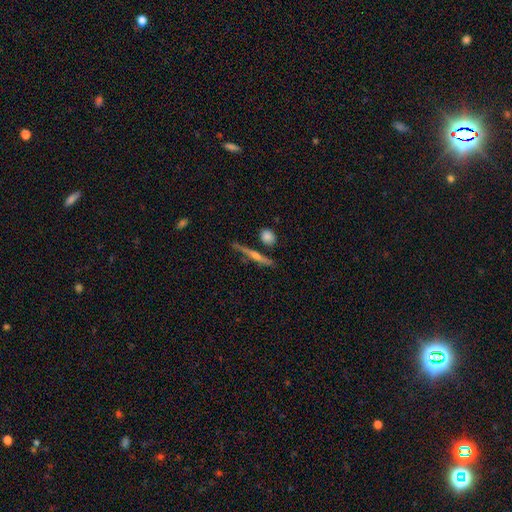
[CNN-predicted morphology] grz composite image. It shows a featured or disk galaxy (65%) viewed edge-on (96%) with a rounded central bulge (69%). Merging: none (81%).